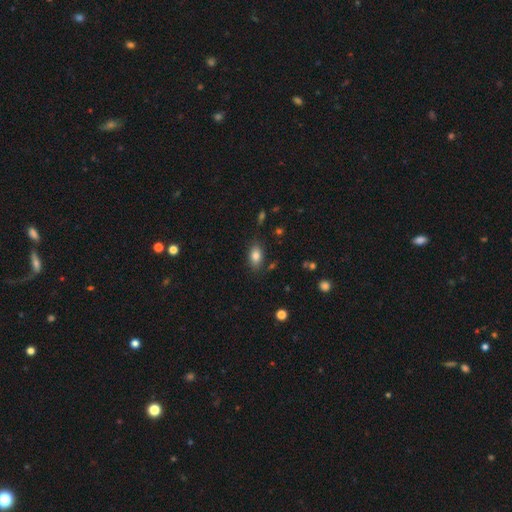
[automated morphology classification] Smooth or featured? smooth (82%)
How rounded? in between (88%)
Merging? none (81%)